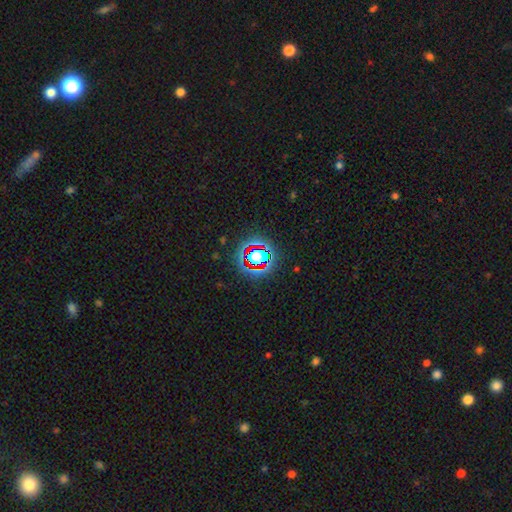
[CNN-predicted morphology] Smooth or featured? Predicted: star or artifact (p=0.61).